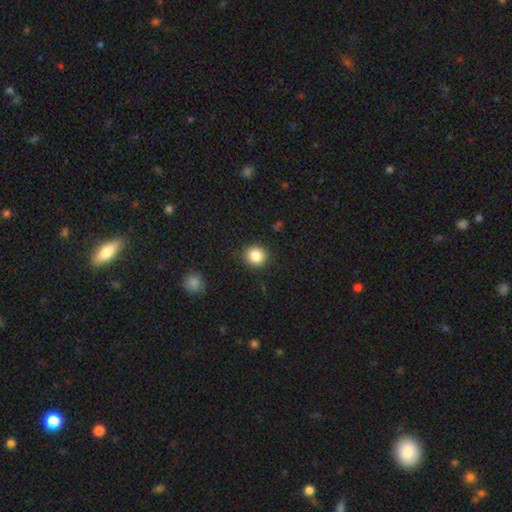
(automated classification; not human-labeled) A smooth galaxy with no disk features (85%) that is round (87%). Merging: none (90%).